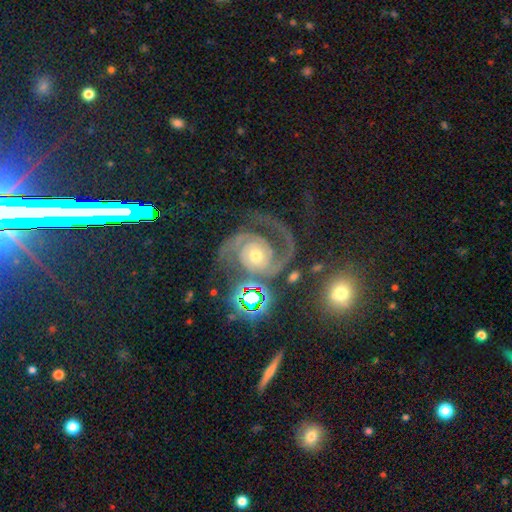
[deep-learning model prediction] Q: Smooth or featured?
A: featured or disk (88%); runner-up: star or artifact (7%)
Q: Edge-on disk?
A: no (98%); runner-up: yes (2%)
Q: Bar?
A: no (71%); runner-up: weak (21%)
Q: Spiral arms?
A: yes (97%); runner-up: no (3%)
Q: Spiral winding?
A: medium (48%); runner-up: tight (38%)
Q: Spiral arm count?
A: 2 (81%); runner-up: 3 (5%)
Q: Bulge size?
A: moderate (63%); runner-up: small (29%)
Q: Merging?
A: none (53%); runner-up: major disturbance (22%)